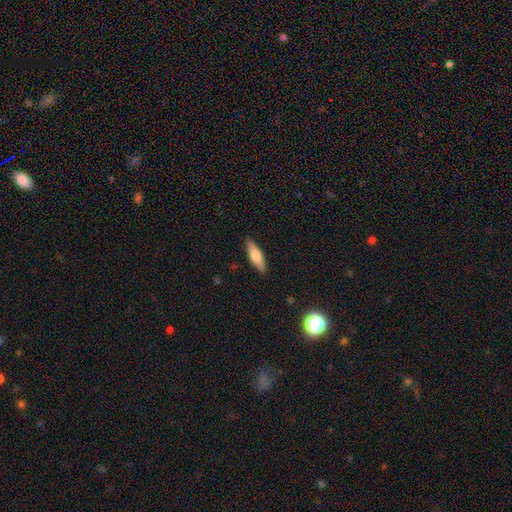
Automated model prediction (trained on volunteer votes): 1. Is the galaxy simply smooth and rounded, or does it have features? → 71% smooth, 23% featured or disk, 6% star or artifact.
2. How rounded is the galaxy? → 56% cigar-shaped, 42% in between, 2% round.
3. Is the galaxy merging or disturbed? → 88% none, 9% minor disturbance, 2% major disturbance, 1% merger.